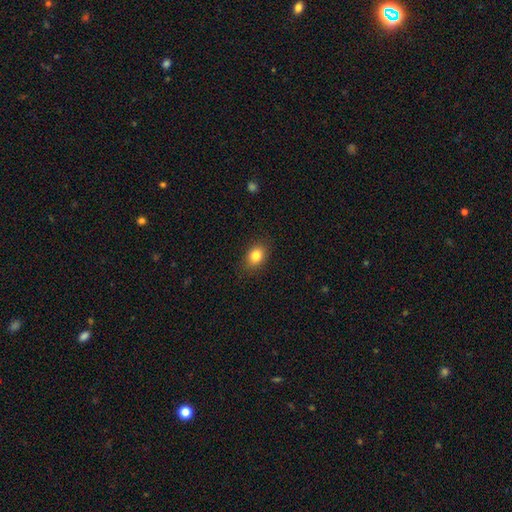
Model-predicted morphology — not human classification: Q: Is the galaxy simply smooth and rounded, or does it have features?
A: smooth — 83%.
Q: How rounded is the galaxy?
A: in between — 61%.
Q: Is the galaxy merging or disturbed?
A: none — 87%.